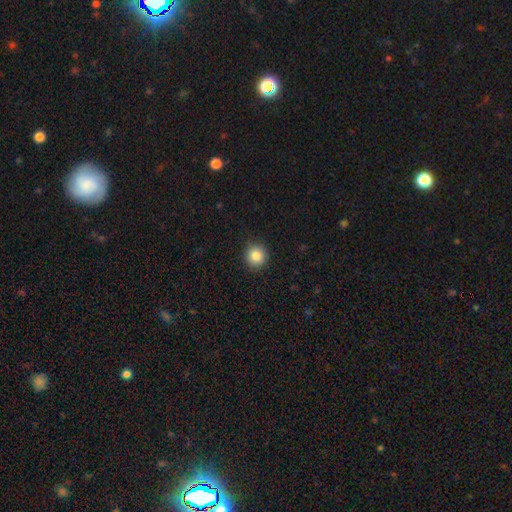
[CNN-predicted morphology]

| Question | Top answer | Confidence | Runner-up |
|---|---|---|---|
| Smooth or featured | smooth | 85% | star or artifact (10%) |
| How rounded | round | 93% | in between (6%) |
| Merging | none | 90% | minor disturbance (7%) |